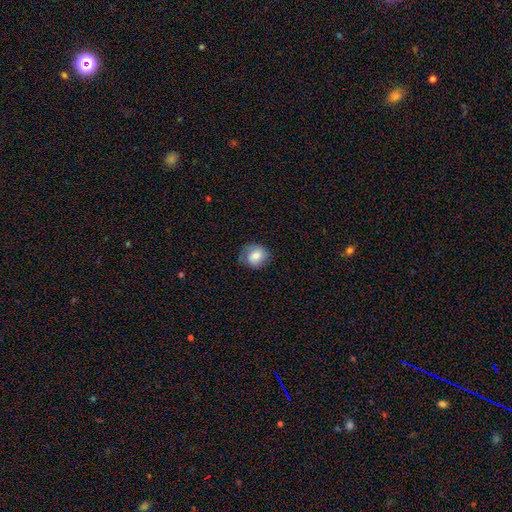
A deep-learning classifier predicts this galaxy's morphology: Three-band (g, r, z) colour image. It shows a smooth galaxy with no disk features (76%) that is round (75%). Merging: none (71%).